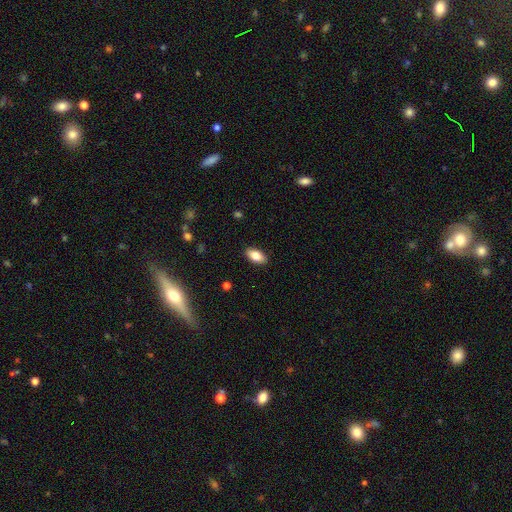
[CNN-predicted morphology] Smooth or featured? smooth (82%)
How rounded? in between (91%)
Merging? none (89%)